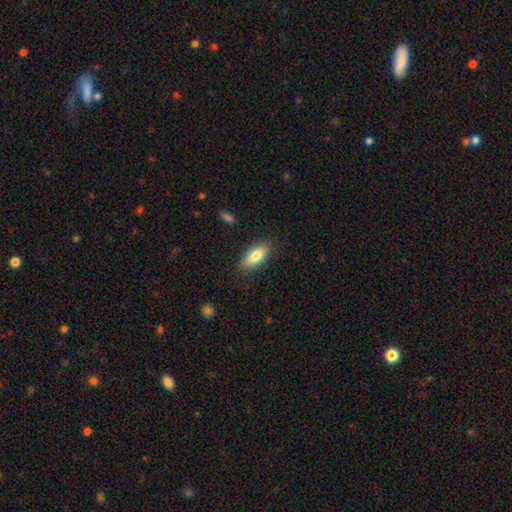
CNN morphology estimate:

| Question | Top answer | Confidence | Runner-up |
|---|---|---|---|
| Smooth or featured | smooth | 78% | featured or disk (15%) |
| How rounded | in between | 80% | cigar-shaped (17%) |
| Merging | none | 85% | minor disturbance (12%) |